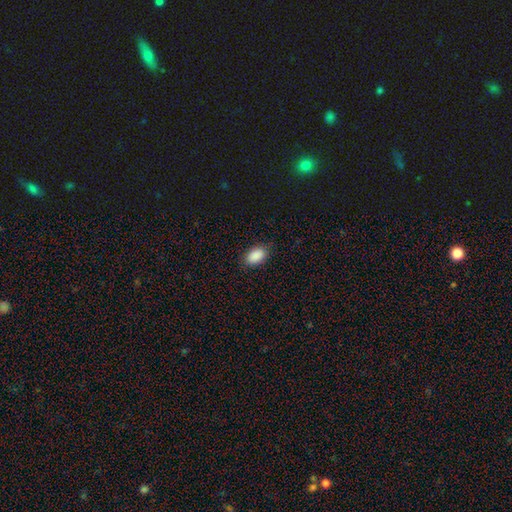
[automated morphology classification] A smooth galaxy with no disk features (90%) that is in between round and cigar-shaped (91%).

Vote fractions:
- Smooth or featured? smooth: 90% / star or artifact: 7% / featured or disk: 3%
- How rounded? in between: 91% / round: 7% / cigar-shaped: 1%
- Merging? none: 87% / minor disturbance: 10% / major disturbance: 2% / merger: 1%